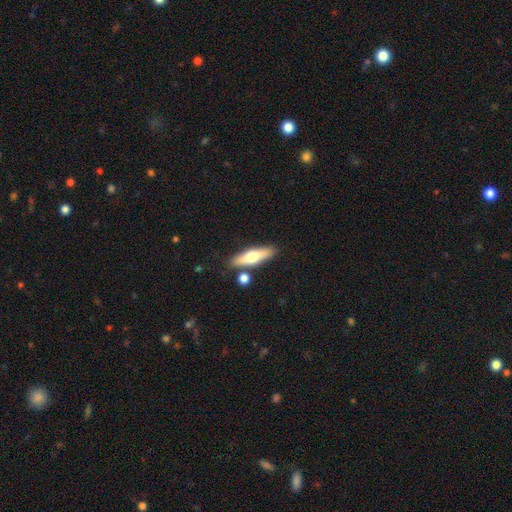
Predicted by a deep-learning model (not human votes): smooth_or_featured: smooth (p=0.49) [alt: featured or disk p=0.45]
merging: none (p=0.83) [alt: minor disturbance p=0.09]